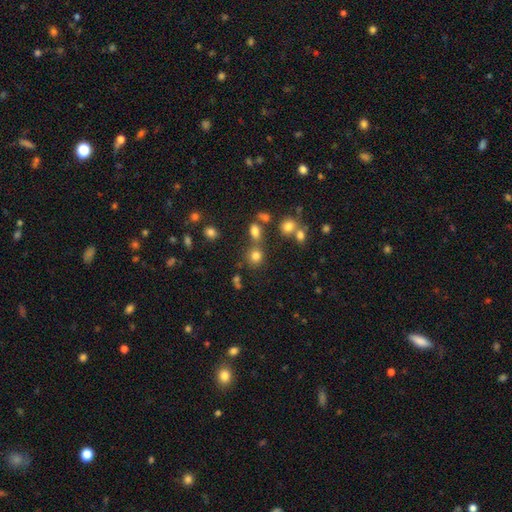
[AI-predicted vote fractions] Smooth or featured? Predicted: smooth (p=0.76). How rounded? Predicted: round (p=0.83). Merging? Predicted: none (p=0.67).